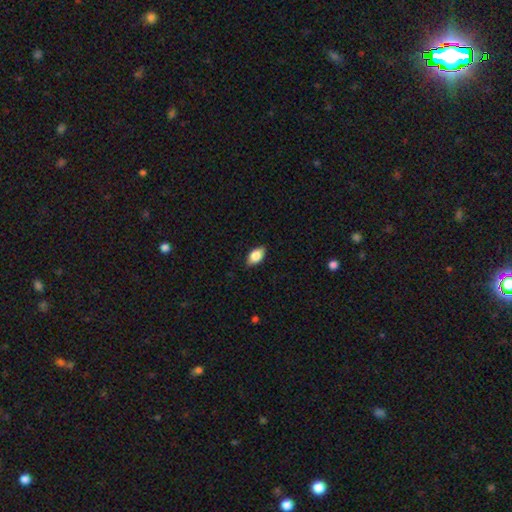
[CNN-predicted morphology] A smooth galaxy with no disk features (78%) that is in between round and cigar-shaped (89%). Merging: none (85%).